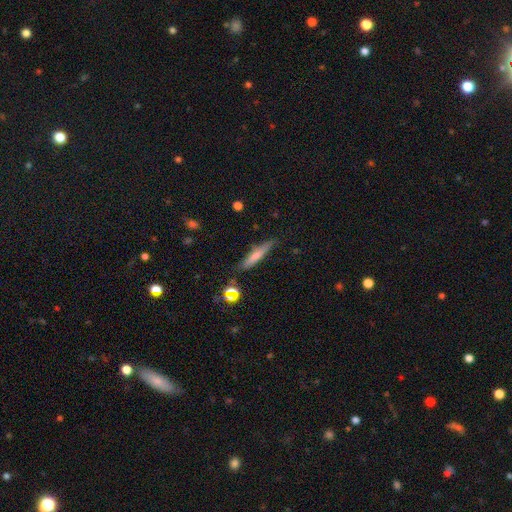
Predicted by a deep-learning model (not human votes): Smooth or featured? smooth (63%)
How rounded? cigar-shaped (87%)
Merging? none (79%)